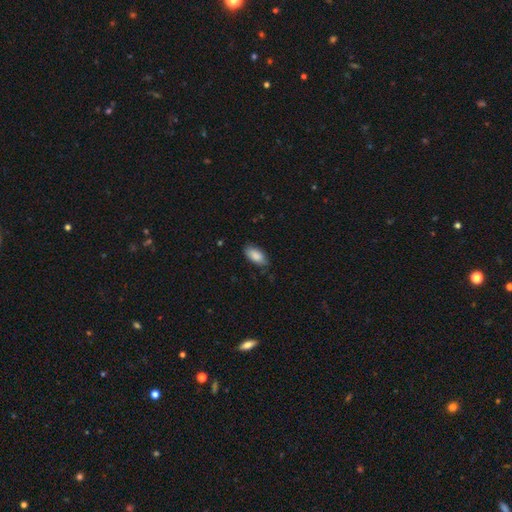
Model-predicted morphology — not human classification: smooth-or-featured: smooth: 87% | featured or disk: 6% | star or artifact: 6%
  how-rounded: in between: 92% | cigar-shaped: 6% | round: 2%
  merging: none: 78% | minor disturbance: 18% | major disturbance: 3% | merger: 1%